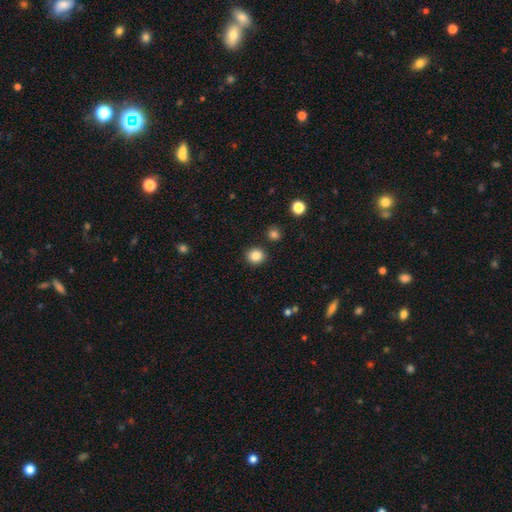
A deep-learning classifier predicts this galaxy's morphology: smooth 85%, star or artifact 10%, featured or disk 4%. Down the decision tree: how rounded — round (85%); merging — none (89%).